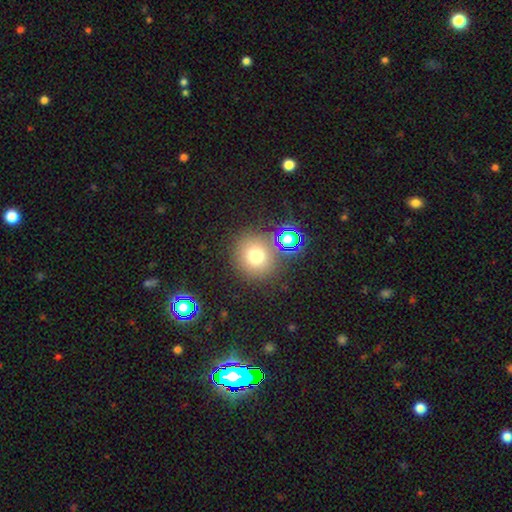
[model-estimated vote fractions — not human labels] Overall: smooth (72%). How rounded: round (92%). Merging: none (79%).